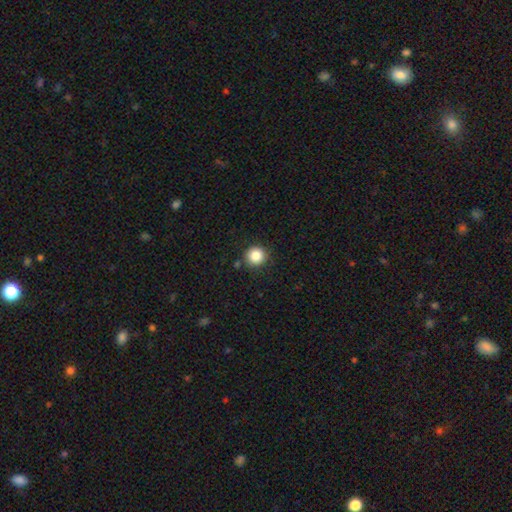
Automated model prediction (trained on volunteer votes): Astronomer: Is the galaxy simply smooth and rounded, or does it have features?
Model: smooth — 85%.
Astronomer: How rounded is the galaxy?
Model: round — 94%.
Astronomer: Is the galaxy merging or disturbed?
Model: none — 88%.